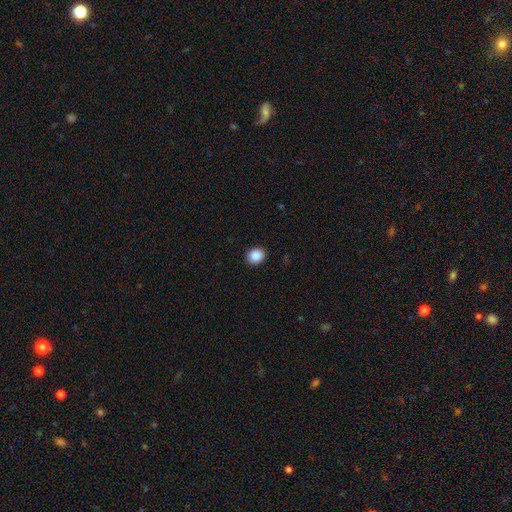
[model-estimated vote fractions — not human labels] Overall: smooth (89%). How rounded: round (68%; in between 31%). Merging: none (91%).